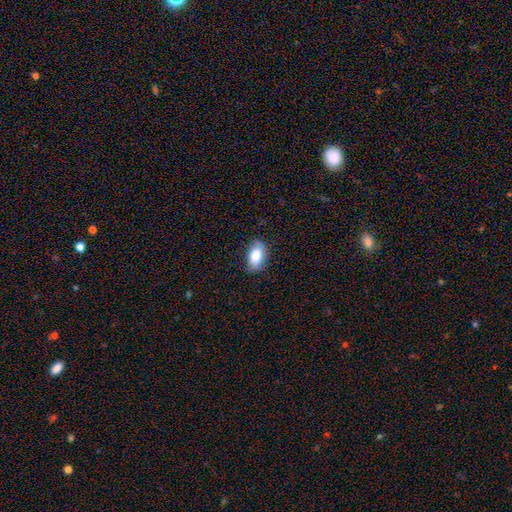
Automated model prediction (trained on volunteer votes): This appears to be a smooth galaxy with no disk features (78%) that is in between round and cigar-shaped (91%). Merging: none (76%).